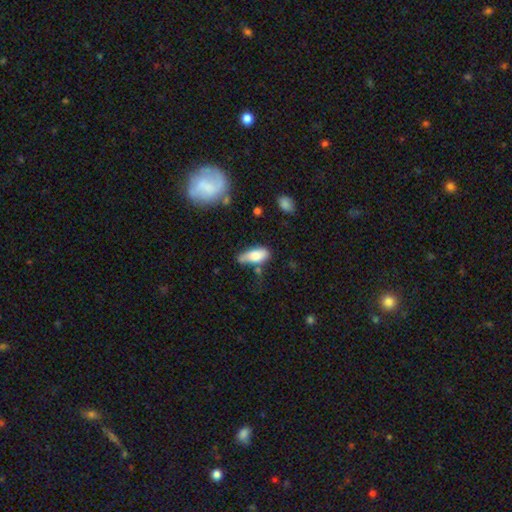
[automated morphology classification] Smooth or featured? smooth (78%)
How rounded? in between (80%)
Merging? none (40%)